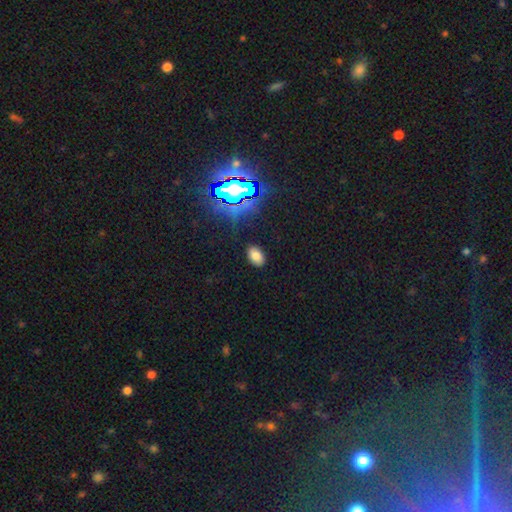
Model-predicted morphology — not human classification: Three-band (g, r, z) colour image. It shows a smooth galaxy with no disk features (76%) that is in between round and cigar-shaped (88%). Merging: none (87%).